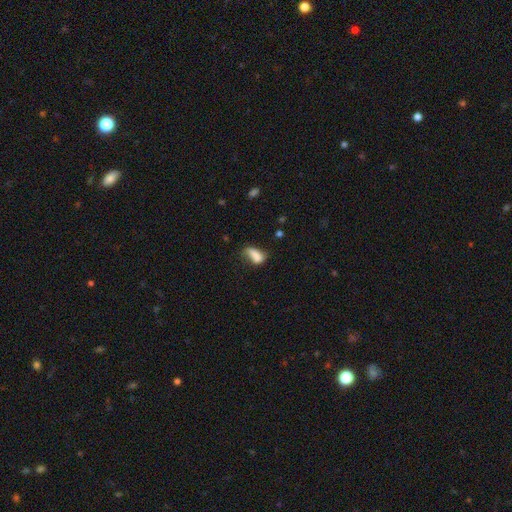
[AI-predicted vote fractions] Smooth or featured: smooth — 73% (featured or disk — 17%)
How rounded: in between — 84% (cigar-shaped — 10%)
Merging: none — 34% (minor disturbance — 33%)